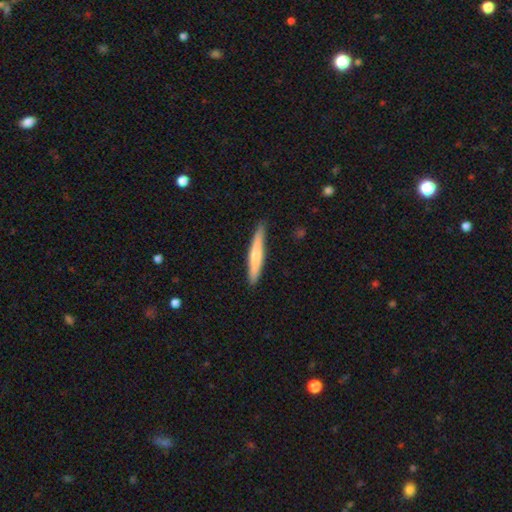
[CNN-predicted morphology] A smooth galaxy with no disk features (62%) that is cigar-shaped (94%). Merging: none (88%).